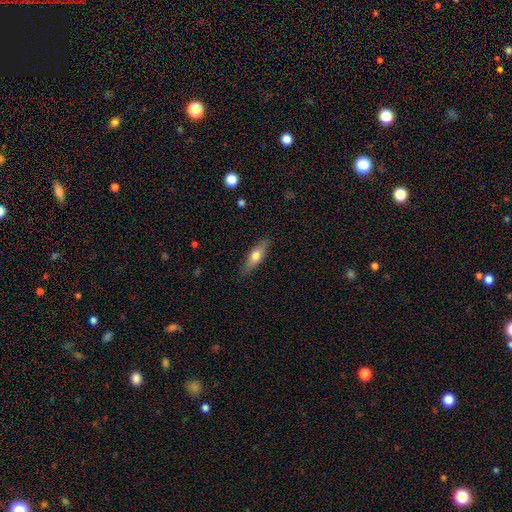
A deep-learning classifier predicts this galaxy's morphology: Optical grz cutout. It shows a smooth galaxy with no disk features (61%) that is in between round and cigar-shaped (49%). Merging: none (85%).